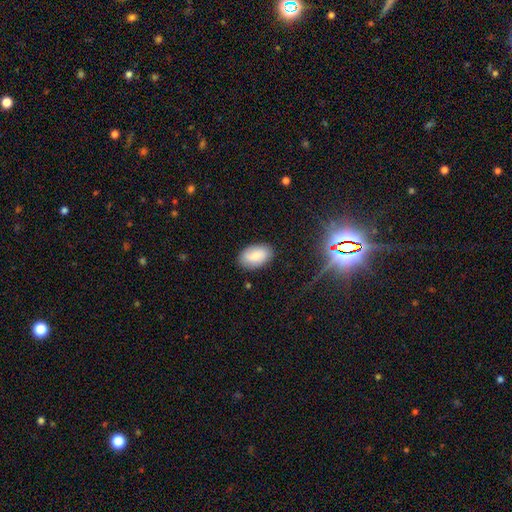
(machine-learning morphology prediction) This appears to be a smooth galaxy with no disk features (77%) that is in between round and cigar-shaped (92%). Merging: none (83%).